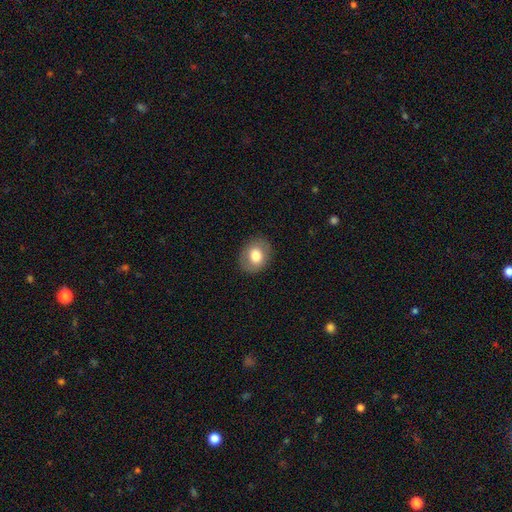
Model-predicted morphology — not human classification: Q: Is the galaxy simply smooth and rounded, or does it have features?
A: smooth — 76%.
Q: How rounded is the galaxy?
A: round — 52%.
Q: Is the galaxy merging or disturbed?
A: none — 87%.